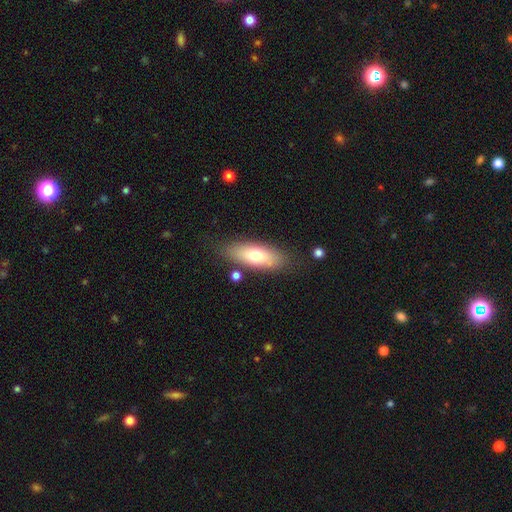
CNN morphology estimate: Smooth or featured? Predicted: smooth (p=0.71). How rounded? Predicted: in between (p=0.75). Merging? Predicted: none (p=0.79).